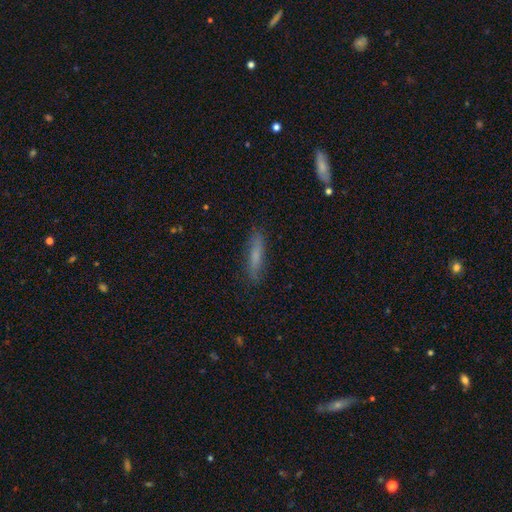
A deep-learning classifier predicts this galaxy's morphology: This appears to be a smooth galaxy with no disk features (67%) that is cigar-shaped (83%). Merging: none (84%).